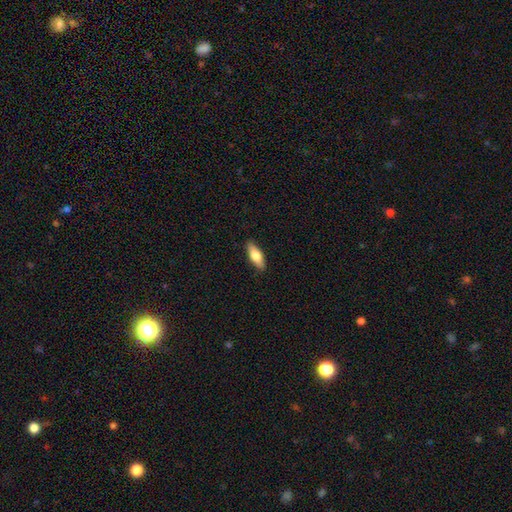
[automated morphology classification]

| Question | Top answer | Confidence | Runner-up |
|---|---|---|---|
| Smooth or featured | smooth | 69% | featured or disk (25%) |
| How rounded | in between | 63% | cigar-shaped (35%) |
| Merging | none | 89% | minor disturbance (8%) |